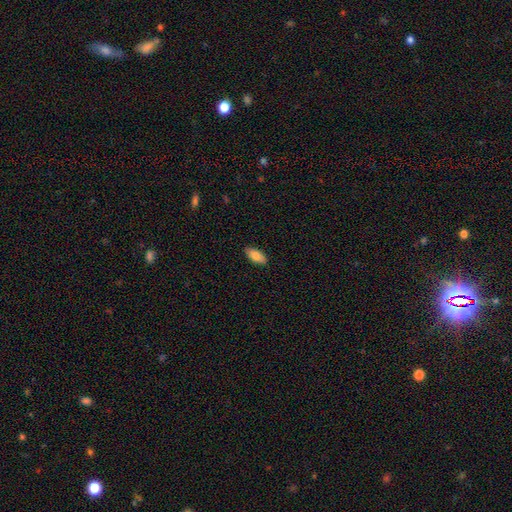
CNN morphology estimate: A smooth galaxy with no disk features (80%) that is in between round and cigar-shaped (87%).

Vote fractions:
- Smooth or featured? smooth: 80% / featured or disk: 13% / star or artifact: 6%
- How rounded? in between: 87% / cigar-shaped: 10% / round: 2%
- Merging? none: 89% / minor disturbance: 8% / major disturbance: 2% / merger: 1%